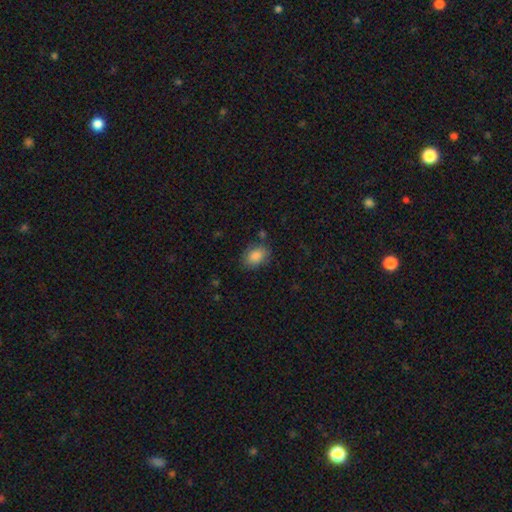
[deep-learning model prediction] Smooth or featured?
  - smooth: 87% *
  - star or artifact: 8%
  - featured or disk: 5%
How rounded?
  - in between: 77% *
  - round: 21%
  - cigar-shaped: 1%
Merging?
  - none: 79% *
  - minor disturbance: 14%
  - major disturbance: 4%
  - merger: 3%